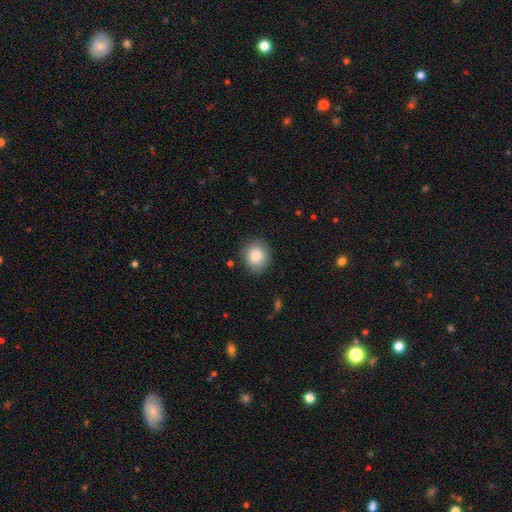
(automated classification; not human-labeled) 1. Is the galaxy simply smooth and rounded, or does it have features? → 84% smooth, 8% star or artifact, 8% featured or disk.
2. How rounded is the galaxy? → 72% round, 27% in between, 1% cigar-shaped.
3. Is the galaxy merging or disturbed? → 87% none, 9% minor disturbance, 2% major disturbance, 1% merger.